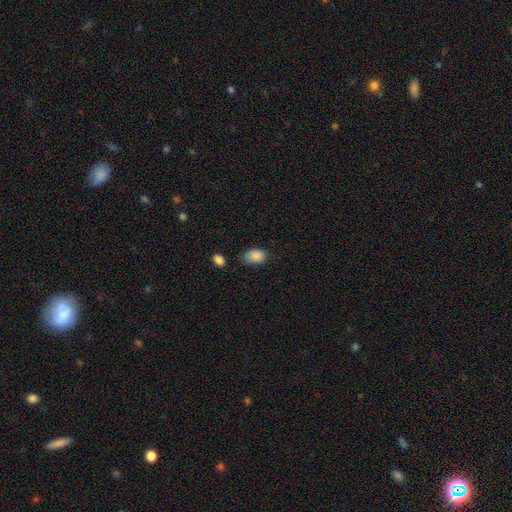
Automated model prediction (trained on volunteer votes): Smooth or featured: smooth — 87% (star or artifact — 8%)
How rounded: in between — 86% (round — 13%)
Merging: none — 55% (minor disturbance — 34%)